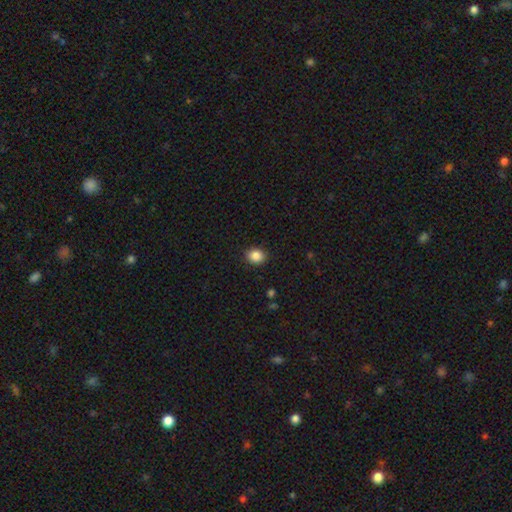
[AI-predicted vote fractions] A smooth galaxy with no disk features (87%) that is round (60%).

Vote fractions:
- Smooth or featured? smooth: 87% / star or artifact: 9% / featured or disk: 4%
- How rounded? round: 60% / in between: 39% / cigar-shaped: 1%
- Merging? none: 90% / minor disturbance: 7% / major disturbance: 2% / merger: 1%